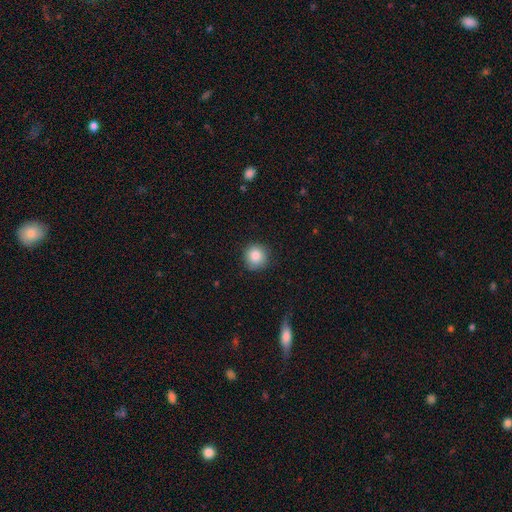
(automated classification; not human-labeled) This is clearly a smooth galaxy (86%). How rounded: clearly round (93%). Merging: clearly none (86%).